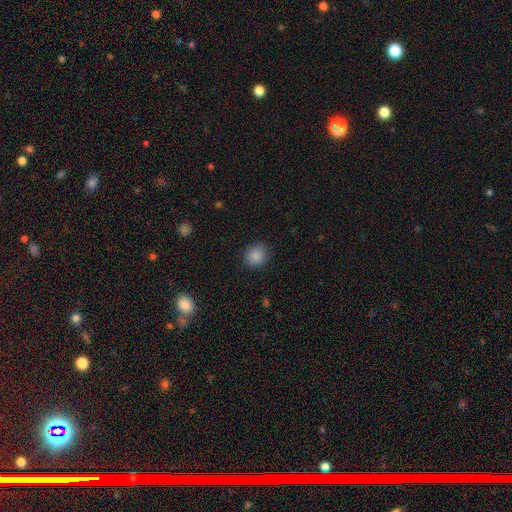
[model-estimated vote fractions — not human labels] Smooth or featured? smooth (87%)
How rounded? round (84%)
Merging? none (87%)